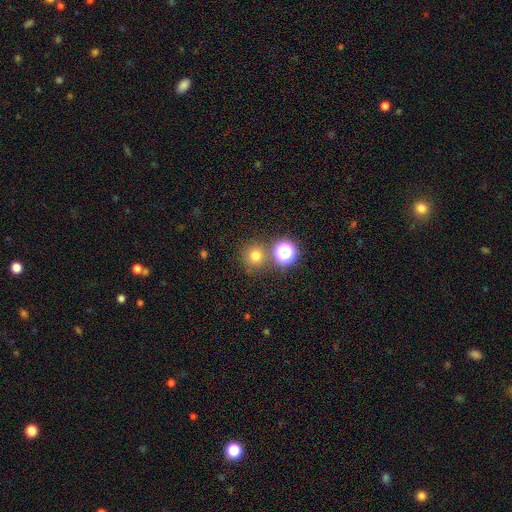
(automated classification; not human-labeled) Smooth or featured?
  - smooth: 72% *
  - star or artifact: 21%
  - featured or disk: 7%
How rounded?
  - round: 93% *
  - in between: 6%
  - cigar-shaped: 1%
Merging?
  - none: 78% *
  - merger: 11%
  - minor disturbance: 8%
  - major disturbance: 3%